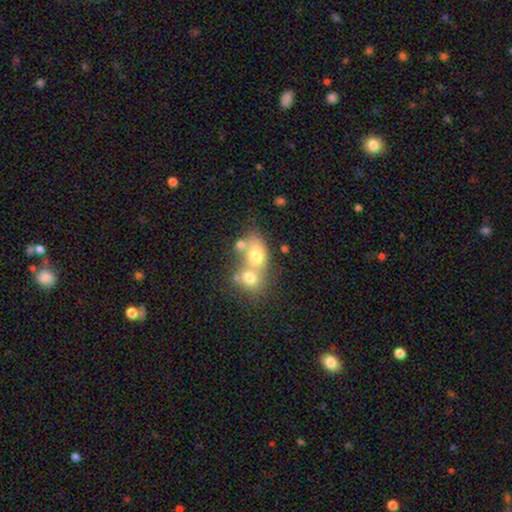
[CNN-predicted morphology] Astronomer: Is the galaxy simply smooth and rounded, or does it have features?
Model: smooth — 66%.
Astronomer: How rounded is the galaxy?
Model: in between — 54% (runner-up: round, 44%).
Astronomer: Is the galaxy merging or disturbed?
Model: merger — 65%.